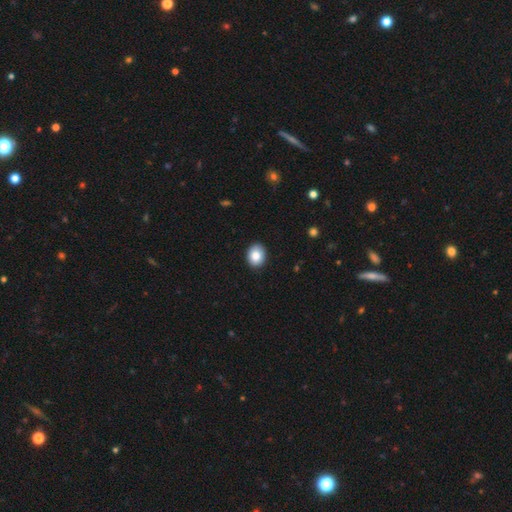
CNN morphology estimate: smooth_or_featured: smooth (p=0.85) [alt: star or artifact p=0.08]
how_rounded: in between (p=0.59) [alt: round p=0.41]
merging: none (p=0.90) [alt: minor disturbance p=0.07]